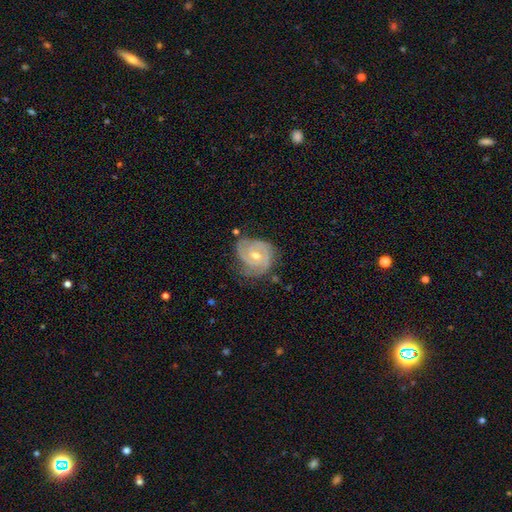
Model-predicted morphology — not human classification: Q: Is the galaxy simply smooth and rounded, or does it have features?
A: featured or disk — 83%.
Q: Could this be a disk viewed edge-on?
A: no — 98%.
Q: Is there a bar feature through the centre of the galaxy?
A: no — 60%.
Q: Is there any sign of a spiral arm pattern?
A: yes — 94%.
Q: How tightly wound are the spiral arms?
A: tight — 68%.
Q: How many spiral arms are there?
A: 2 — 40%.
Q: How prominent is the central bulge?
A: moderate — 59%.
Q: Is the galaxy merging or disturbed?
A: none — 62%.